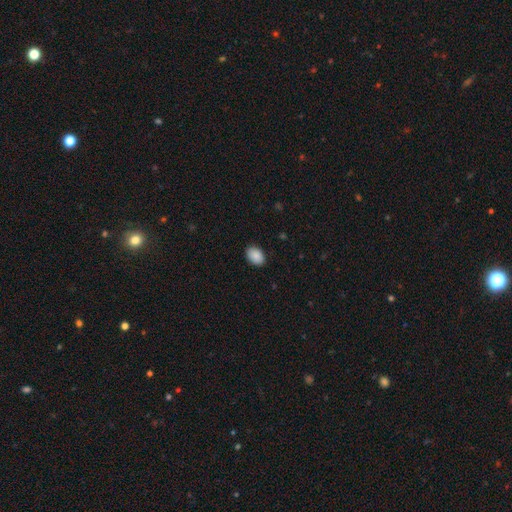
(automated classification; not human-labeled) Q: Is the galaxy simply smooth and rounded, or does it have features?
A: smooth — 90%.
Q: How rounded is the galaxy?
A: in between — 82%.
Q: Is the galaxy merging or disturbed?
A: none — 89%.